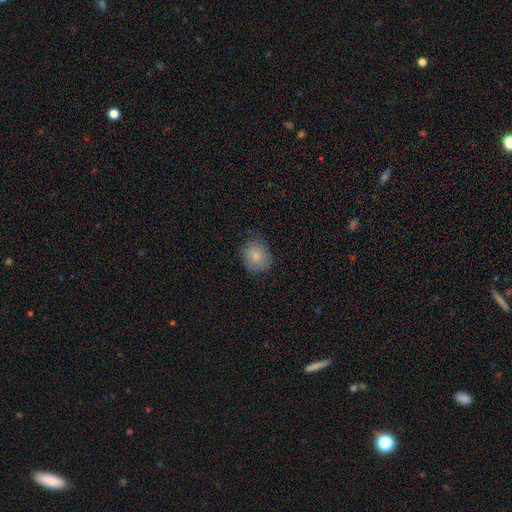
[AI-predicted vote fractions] Smooth or featured? Predicted: smooth (p=0.81). How rounded? Predicted: round (p=0.55). Merging? Predicted: none (p=0.72).